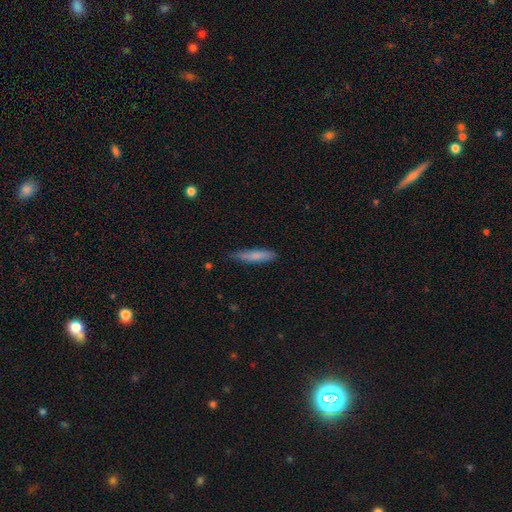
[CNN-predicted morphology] This is likely a smooth galaxy (77%). How rounded: clearly cigar-shaped (84%). Merging: likely none (75%).